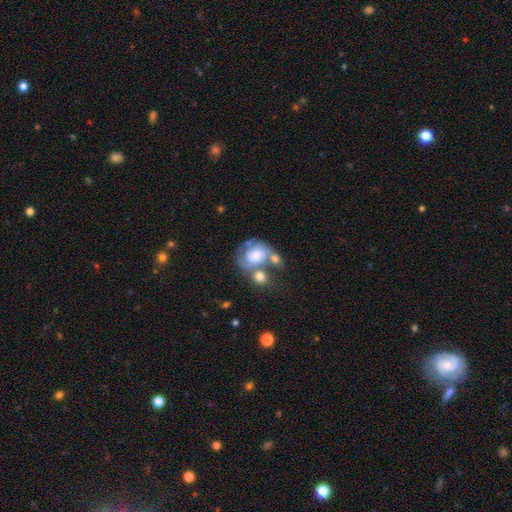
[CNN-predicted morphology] This is possibly a featured or disk galaxy (60%). It is clearly not viewed edge-on (97%). Bar: likely no (76%). Spiral arm pattern: likely yes (73%). Central bulge: marginally moderate (39%). Merging: marginally merger (39%).